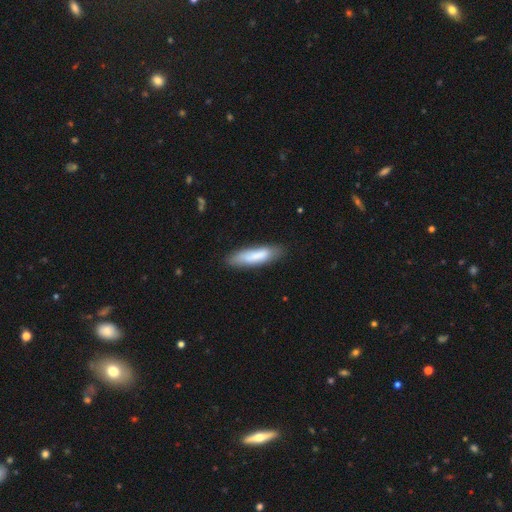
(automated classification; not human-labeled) The model was most divided on "how rounded": cigar-shaped: 71%, in between: 28%, round: 1%. More confident: merging — none (79%); smooth or featured — smooth (78%).